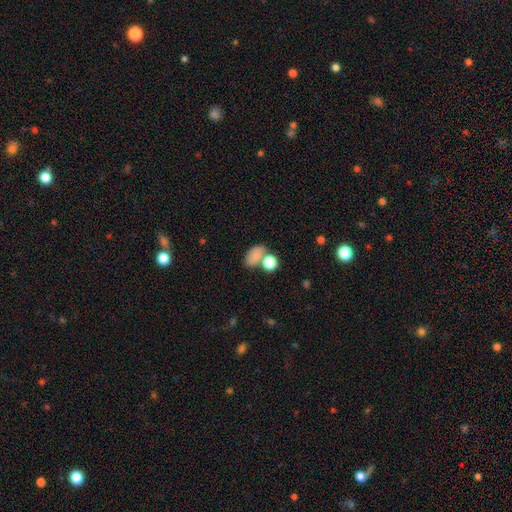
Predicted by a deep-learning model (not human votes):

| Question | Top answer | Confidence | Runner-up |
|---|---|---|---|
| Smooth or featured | smooth | 80% | star or artifact (11%) |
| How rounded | in between | 79% | round (19%) |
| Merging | none | 44% | merger (34%) |